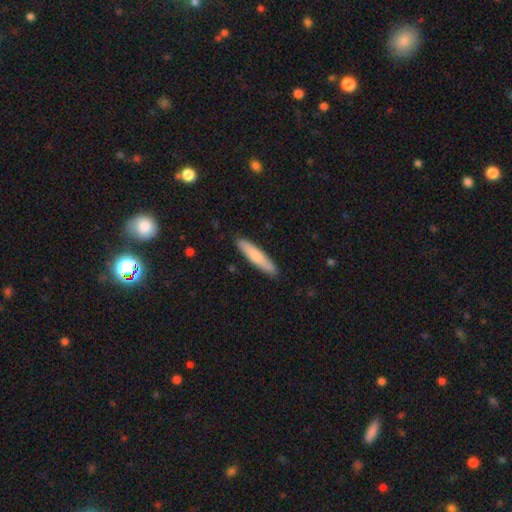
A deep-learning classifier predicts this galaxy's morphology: A smooth galaxy with no disk features (73%) that is cigar-shaped (88%).

Vote fractions:
- Smooth or featured? smooth: 73% / featured or disk: 22% / star or artifact: 5%
- How rounded? cigar-shaped: 88% / in between: 11% / round: 1%
- Merging? none: 89% / minor disturbance: 9% / major disturbance: 1% / merger: 1%